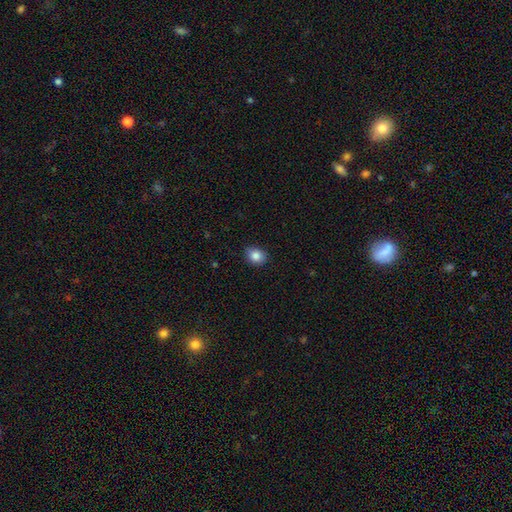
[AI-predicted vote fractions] smooth 85%, star or artifact 9%, featured or disk 6%. Down the decision tree: how rounded — in between (50%); merging — none (87%).